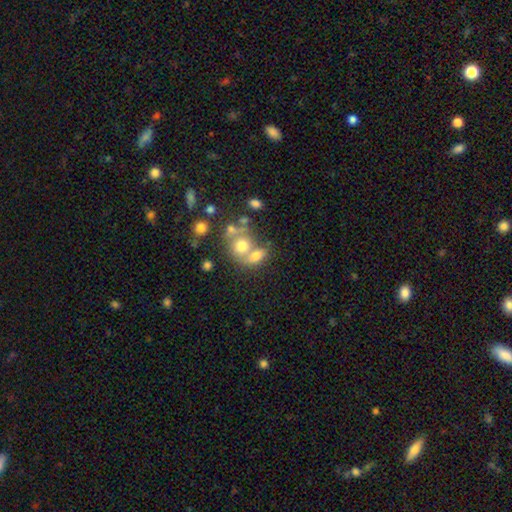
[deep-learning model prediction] A smooth galaxy with no disk features (68%) that is in between round and cigar-shaped (57%).

Vote fractions:
- Smooth or featured? smooth: 68% / featured or disk: 20% / star or artifact: 12%
- How rounded? in between: 57% / round: 41% / cigar-shaped: 2%
- Merging? merger: 54% / none: 30% / minor disturbance: 10% / major disturbance: 6%